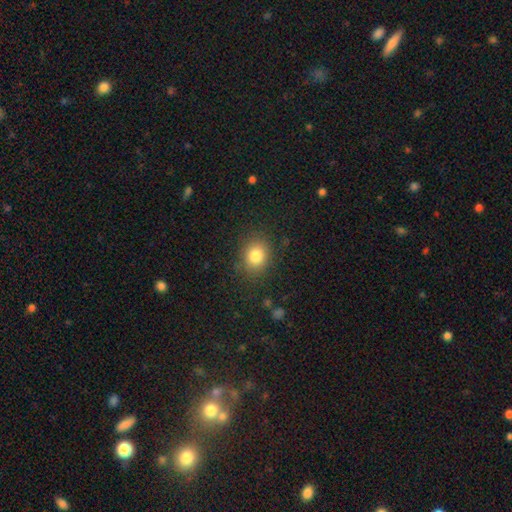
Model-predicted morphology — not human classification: A smooth galaxy with no disk features (81%) that is round (62%).

Vote fractions:
- Smooth or featured? smooth: 81% / star or artifact: 11% / featured or disk: 8%
- How rounded? round: 62% / in between: 37% / cigar-shaped: 1%
- Merging? none: 85% / minor disturbance: 10% / major disturbance: 4% / merger: 1%